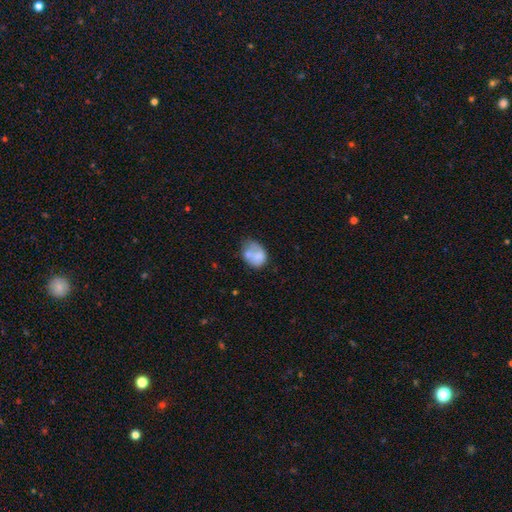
Smooth or featured? smooth (70%)
How rounded? in between (69%)
Merging? none (41%)